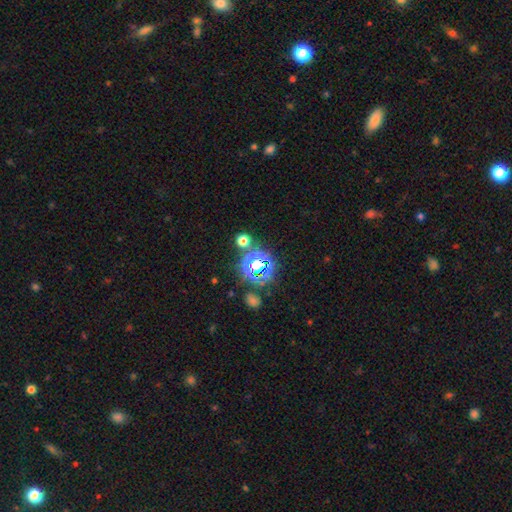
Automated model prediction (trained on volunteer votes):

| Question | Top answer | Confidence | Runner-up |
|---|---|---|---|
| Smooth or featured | star or artifact | 70% | smooth (22%) |